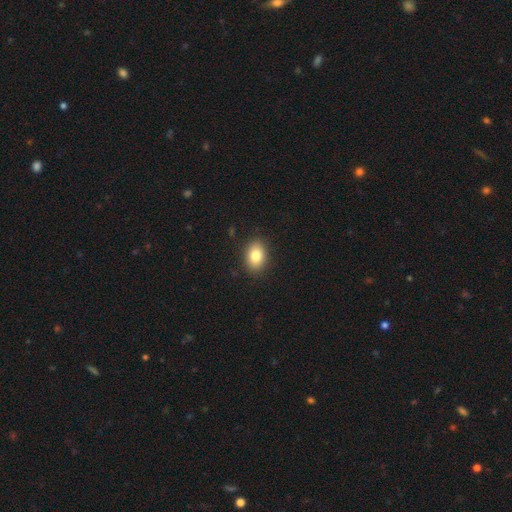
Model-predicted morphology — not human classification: Smooth or featured?
  - smooth: 83% *
  - star or artifact: 9%
  - featured or disk: 8%
How rounded?
  - in between: 78% *
  - round: 20%
  - cigar-shaped: 1%
Merging?
  - none: 89% *
  - minor disturbance: 8%
  - major disturbance: 2%
  - merger: 1%